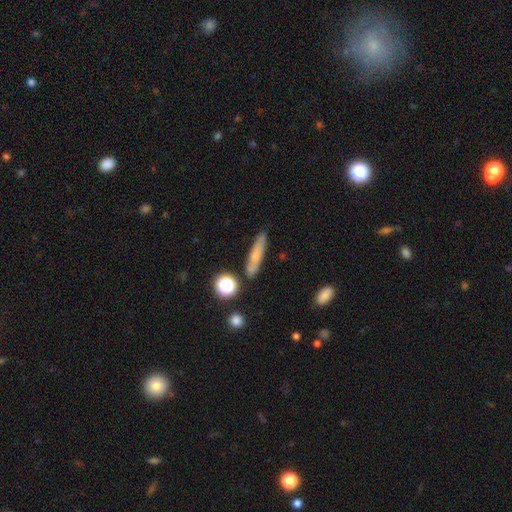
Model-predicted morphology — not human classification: This appears to be a smooth galaxy with no disk features (63%) that is cigar-shaped (80%). Merging: none (81%).